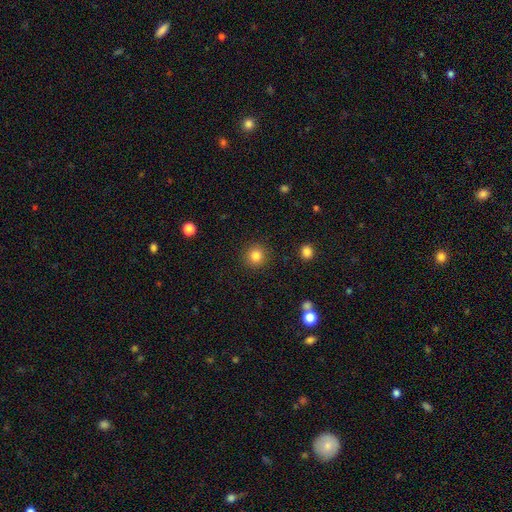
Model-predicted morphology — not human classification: Smooth or featured?
  - smooth: 83% *
  - star or artifact: 12%
  - featured or disk: 5%
How rounded?
  - round: 93% *
  - in between: 6%
  - cigar-shaped: 1%
Merging?
  - none: 91% *
  - minor disturbance: 5%
  - major disturbance: 2%
  - merger: 1%